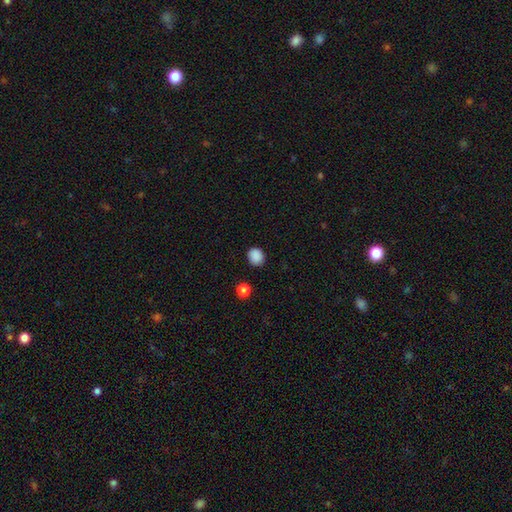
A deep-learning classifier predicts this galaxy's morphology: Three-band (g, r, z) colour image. It shows a smooth galaxy with no disk features (88%) that is round (72%). Merging: none (89%).